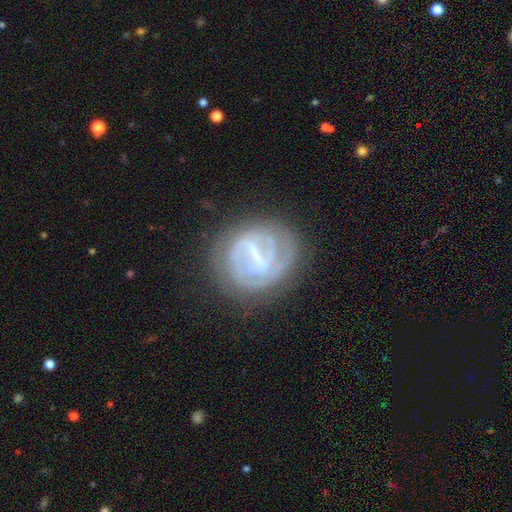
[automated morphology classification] Q: Smooth or featured?
A: featured or disk (82%); runner-up: smooth (11%)
Q: Edge-on disk?
A: no (97%); runner-up: yes (3%)
Q: Bar?
A: strong (64%); runner-up: weak (28%)
Q: Spiral arms?
A: yes (79%); runner-up: no (21%)
Q: Spiral winding?
A: tight (58%); runner-up: medium (30%)
Q: Spiral arm count?
A: 2 (47%); runner-up: can't tell (33%)
Q: Bulge size?
A: small (50%); runner-up: none (32%)
Q: Merging?
A: none (72%); runner-up: minor disturbance (16%)